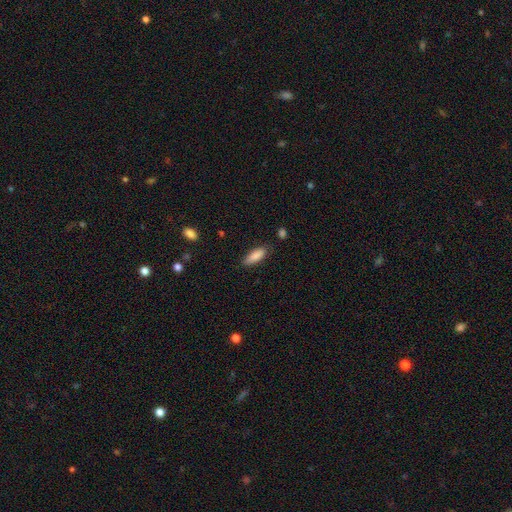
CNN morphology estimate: type=smooth (86%); roundness=in between (61%); merging=none (81%).